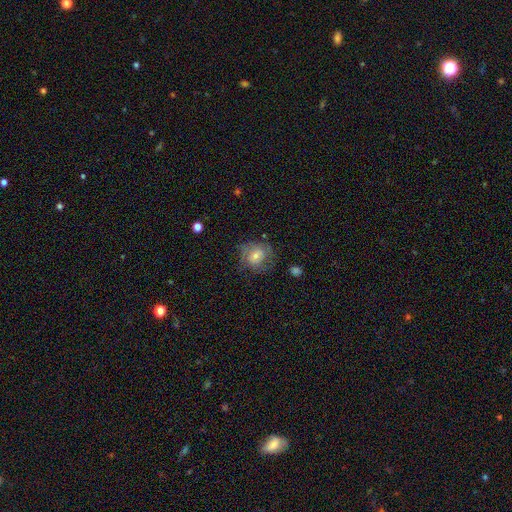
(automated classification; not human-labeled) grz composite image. It shows a featured or disk galaxy (48%). Merging: none (63%).